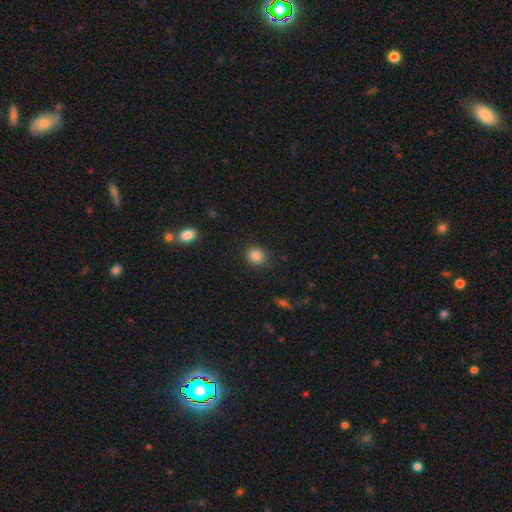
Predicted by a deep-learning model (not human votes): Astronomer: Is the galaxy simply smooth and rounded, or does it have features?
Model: smooth — 85%.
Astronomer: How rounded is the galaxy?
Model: round — 80%.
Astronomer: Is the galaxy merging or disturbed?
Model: none — 86%.